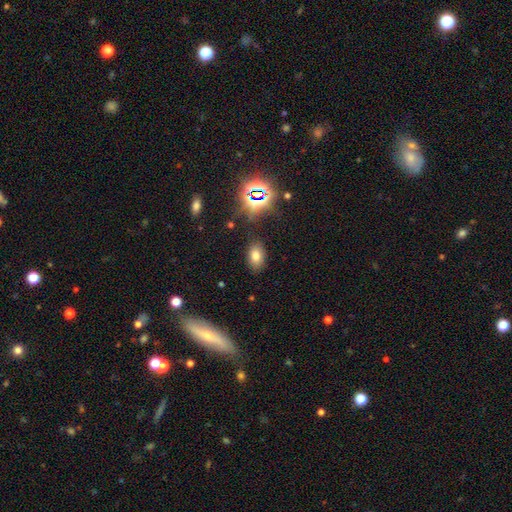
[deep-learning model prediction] smooth-or-featured: smooth: 72% | star or artifact: 19% | featured or disk: 9%
  how-rounded: in between: 87% | round: 11% | cigar-shaped: 2%
  merging: none: 84% | minor disturbance: 10% | major disturbance: 3% | merger: 2%